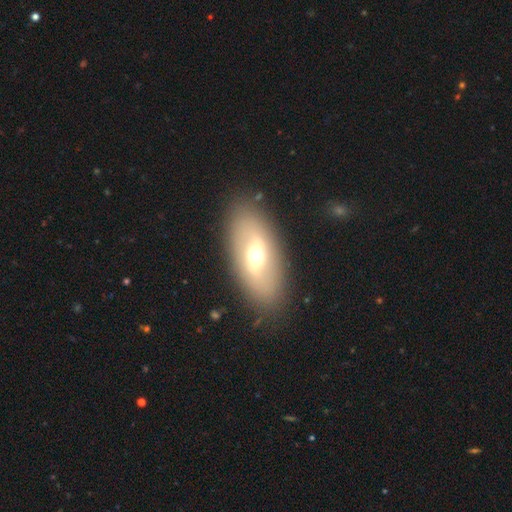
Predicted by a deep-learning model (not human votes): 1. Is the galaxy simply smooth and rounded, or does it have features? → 52% featured or disk, 41% smooth, 7% star or artifact.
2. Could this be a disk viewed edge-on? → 82% no, 18% yes.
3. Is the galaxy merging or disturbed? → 86% none, 9% minor disturbance, 4% major disturbance, 1% merger.